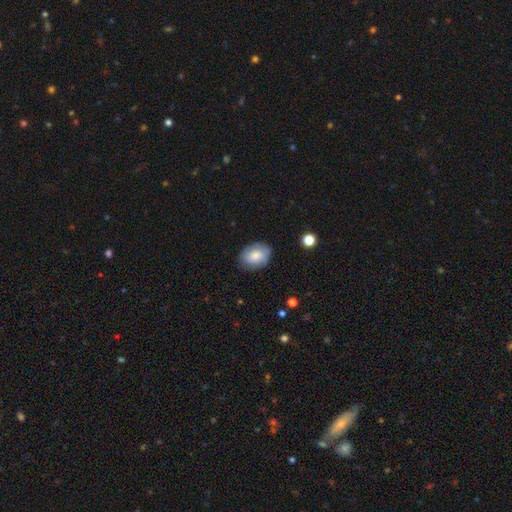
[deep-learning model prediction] This is likely a smooth galaxy (77%). How rounded: likely in between (76%). Merging: likely none (78%).